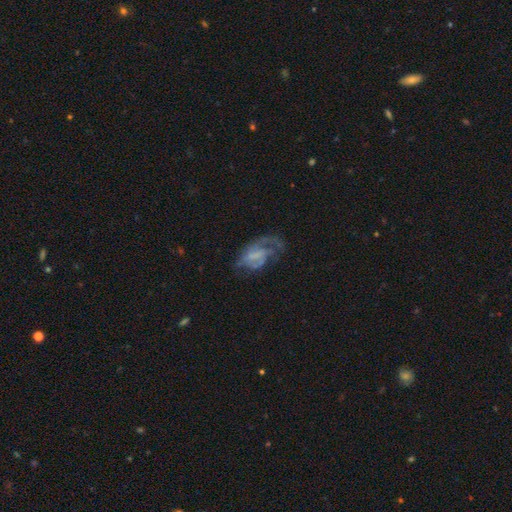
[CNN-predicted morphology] smooth-or-featured: featured or disk: 67% | smooth: 23% | star or artifact: 10%
  disk-edge-on: no: 96% | yes: 4%
    bar: no: 49% | weak: 38% | strong: 13%
    has-spiral-arms: yes: 75% | no: 25%
    bulge-size: none: 57% | small: 22% | moderate: 14% | large: 6% | dominant: 2%
  merging: none: 38% | major disturbance: 37% | minor disturbance: 22% | merger: 3%